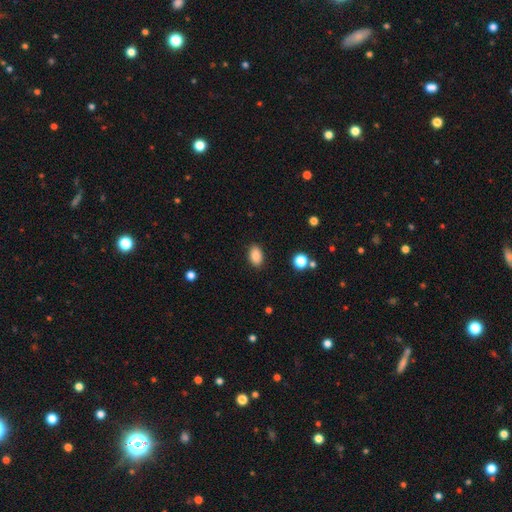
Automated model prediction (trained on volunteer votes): Morphology: type=smooth (87%); roundness=in between (88%); merging=none (88%).